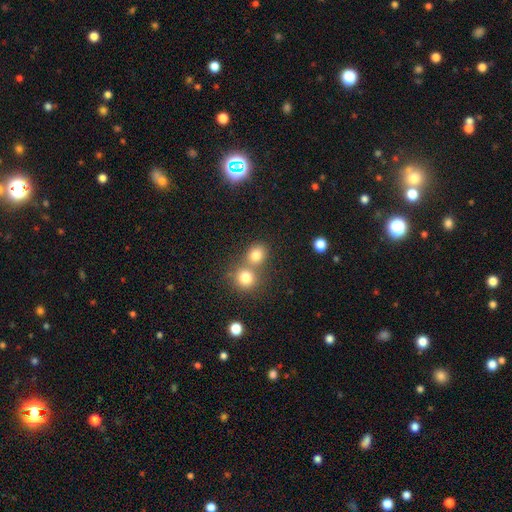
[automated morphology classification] Overall: smooth (77%). How rounded: round (73%). Merging: none (52%; merger 38%).